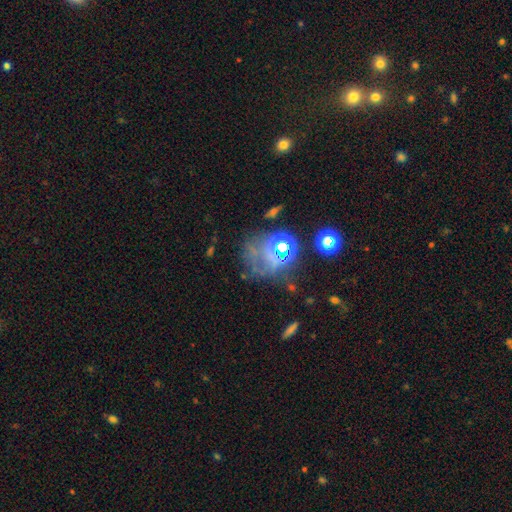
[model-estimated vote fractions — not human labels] Morphology: type=featured or disk (40%); merging=none (42%).